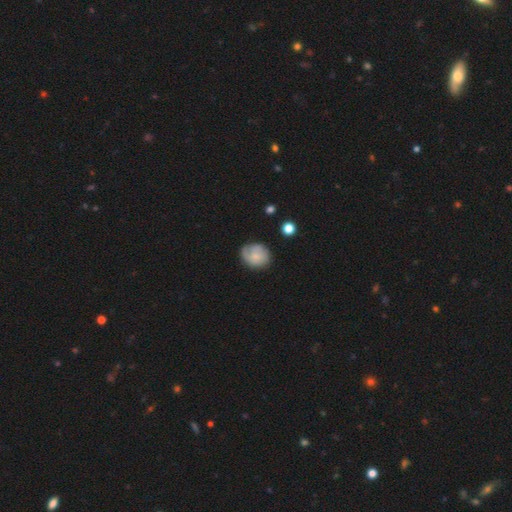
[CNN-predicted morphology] This appears to be a smooth galaxy with no disk features (60%) that is round (58%). Merging: none (63%).